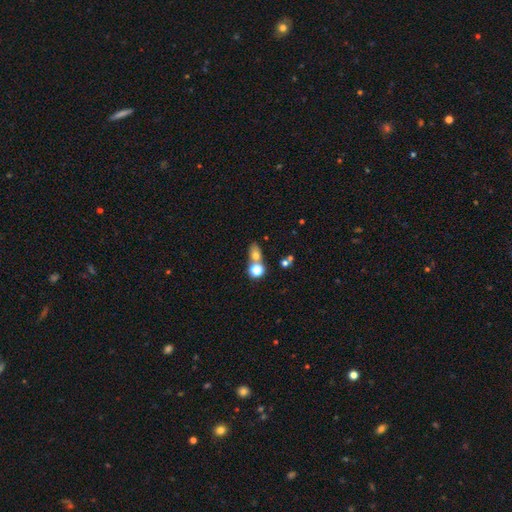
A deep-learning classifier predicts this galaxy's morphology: Q: Smooth or featured?
A: smooth (68%); runner-up: star or artifact (17%)
Q: How rounded?
A: in between (59%); runner-up: round (38%)
Q: Merging?
A: none (49%); runner-up: merger (36%)